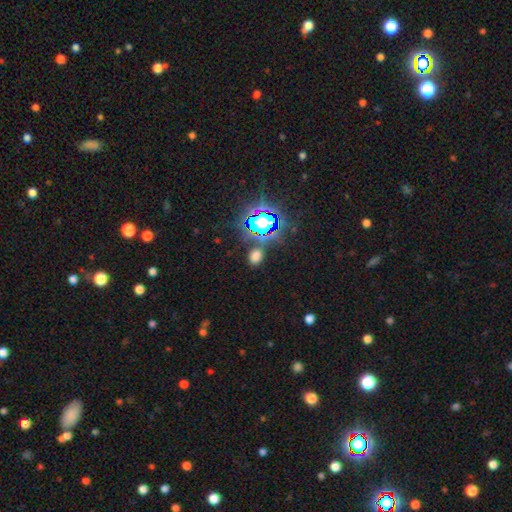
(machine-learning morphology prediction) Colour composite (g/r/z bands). It shows a smooth galaxy with no disk features (59%) that is in between round and cigar-shaped (66%). Merging: none (78%).